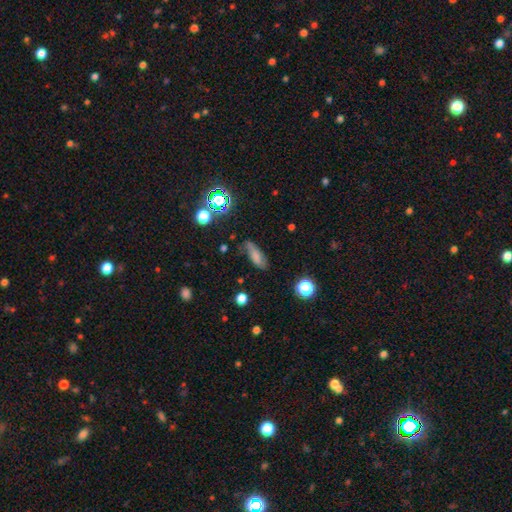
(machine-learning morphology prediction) Smooth or featured? Predicted: smooth (p=0.67). How rounded? Predicted: in between (p=0.63). Merging? Predicted: none (p=0.63).